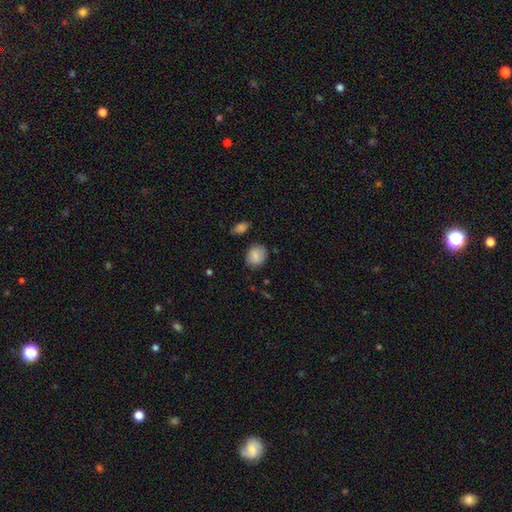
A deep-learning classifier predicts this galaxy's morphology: Q: Smooth or featured?
A: smooth (79%); runner-up: featured or disk (13%)
Q: How rounded?
A: round (57%); runner-up: in between (42%)
Q: Merging?
A: none (79%); runner-up: minor disturbance (15%)